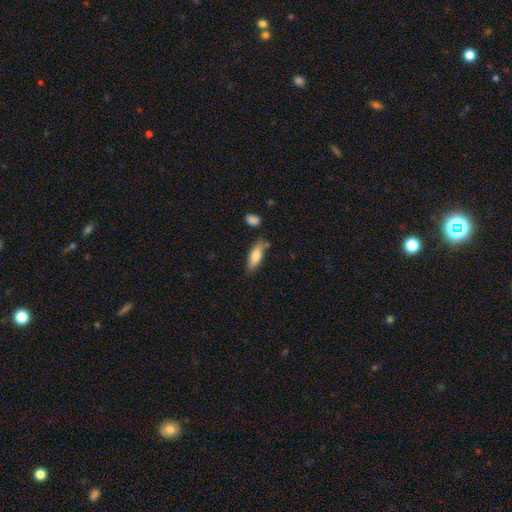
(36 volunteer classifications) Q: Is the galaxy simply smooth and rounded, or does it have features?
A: smooth — 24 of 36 (67%).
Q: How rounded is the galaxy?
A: in between — 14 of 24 (58%).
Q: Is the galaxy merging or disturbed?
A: none — 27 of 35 (77%).